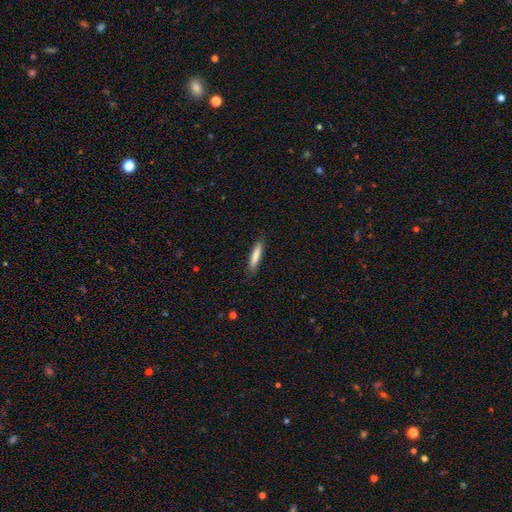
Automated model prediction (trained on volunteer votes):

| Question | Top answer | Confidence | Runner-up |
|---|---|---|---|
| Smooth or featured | smooth | 81% | featured or disk (13%) |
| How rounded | cigar-shaped | 88% | in between (10%) |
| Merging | none | 86% | minor disturbance (10%) |